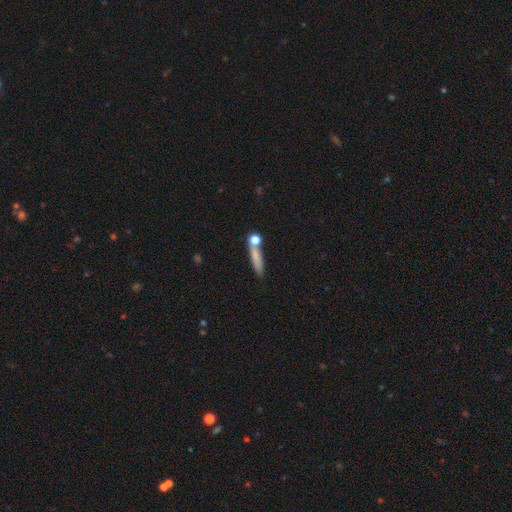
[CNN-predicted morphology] smooth-or-featured: smooth: 72% | featured or disk: 18% | star or artifact: 10%
  how-rounded: cigar-shaped: 75% | in between: 15% | round: 9%
  merging: none: 63% | merger: 18% | minor disturbance: 13% | major disturbance: 6%